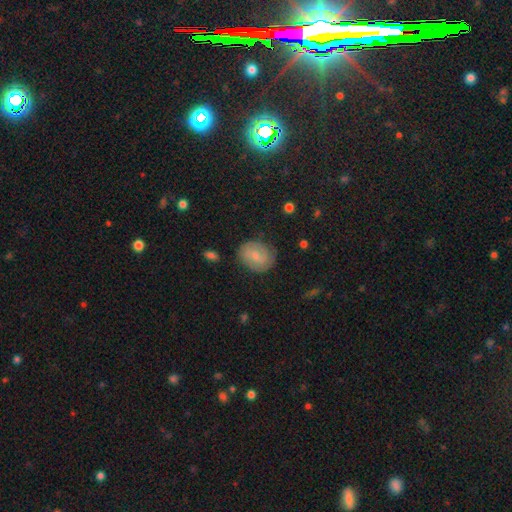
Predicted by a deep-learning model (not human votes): This is possibly a smooth galaxy (49%). Merging: clearly none (80%).